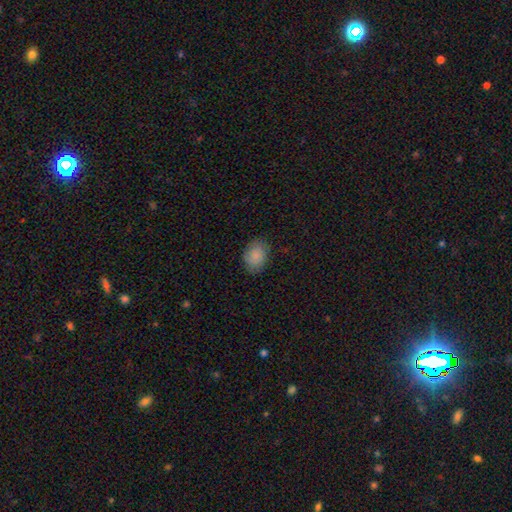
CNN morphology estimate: Smooth or featured? smooth (87%)
How rounded? in between (66%)
Merging? none (80%)